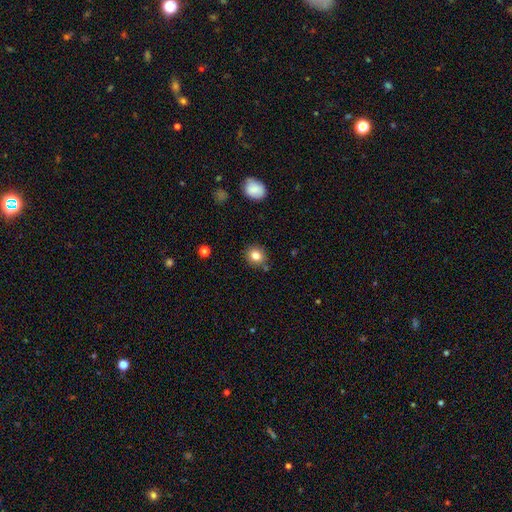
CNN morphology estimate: The model was most divided on "how rounded": round: 77%, in between: 22%, cigar-shaped: 1%. More confident: merging — none (83%); smooth or featured — smooth (81%).